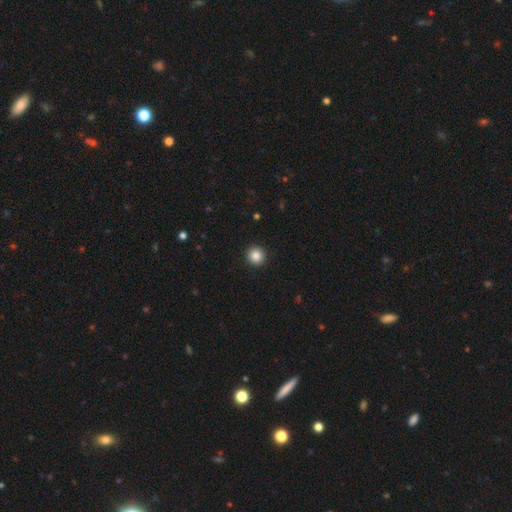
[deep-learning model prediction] Smooth or featured?
  - smooth: 86% *
  - star or artifact: 10%
  - featured or disk: 4%
How rounded?
  - round: 95% *
  - in between: 4%
  - cigar-shaped: 1%
Merging?
  - none: 93% *
  - minor disturbance: 4%
  - major disturbance: 2%
  - merger: 1%